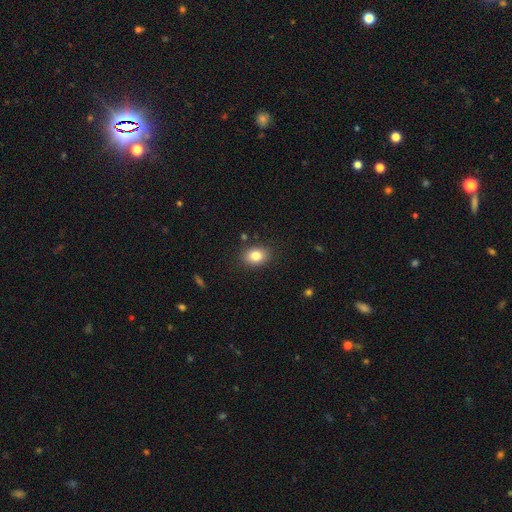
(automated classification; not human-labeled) Morphology: type=smooth (83%); roundness=in between (64%); merging=none (86%).